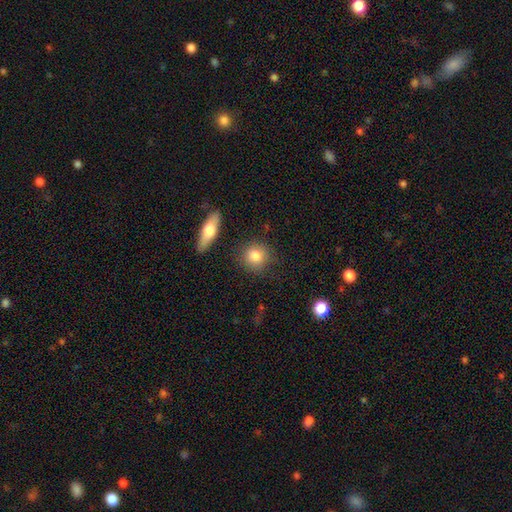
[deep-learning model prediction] Morphology: type=smooth (82%); roundness=round (84%); merging=none (84%).